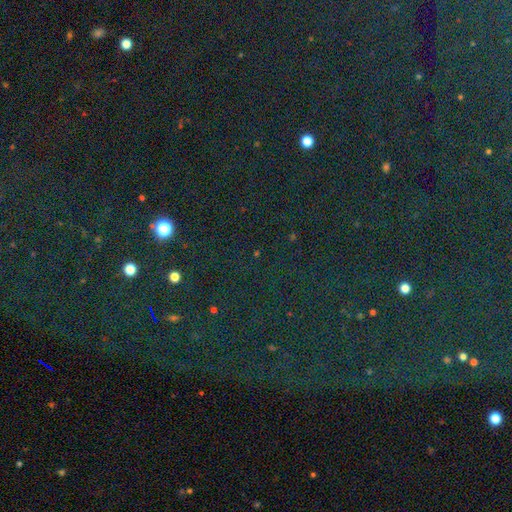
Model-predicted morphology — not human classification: Smooth or featured? Predicted: star or artifact (p=0.83).